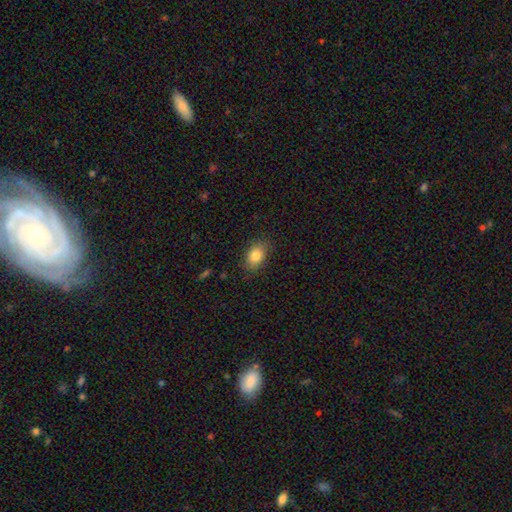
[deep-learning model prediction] A smooth galaxy with no disk features (83%) that is in between round and cigar-shaped (80%). Merging: none (84%).